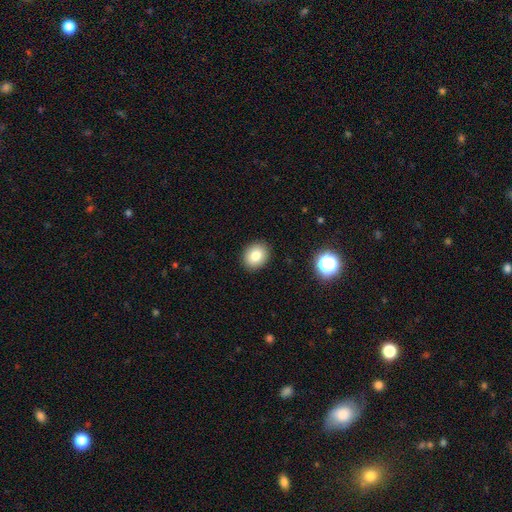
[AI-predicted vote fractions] Overall: smooth (80%). How rounded: round (62%; in between 38%). Merging: none (90%).